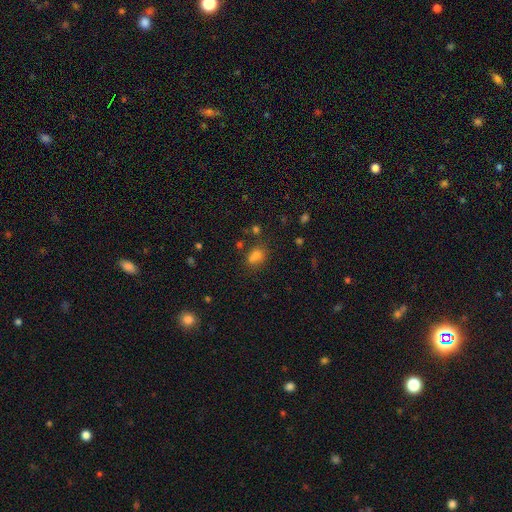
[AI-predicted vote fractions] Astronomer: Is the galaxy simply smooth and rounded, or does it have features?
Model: smooth — 65%.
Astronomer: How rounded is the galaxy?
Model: round — 59% (runner-up: in between, 40%).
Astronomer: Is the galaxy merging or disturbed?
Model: none — 50% (runner-up: merger, 34%).